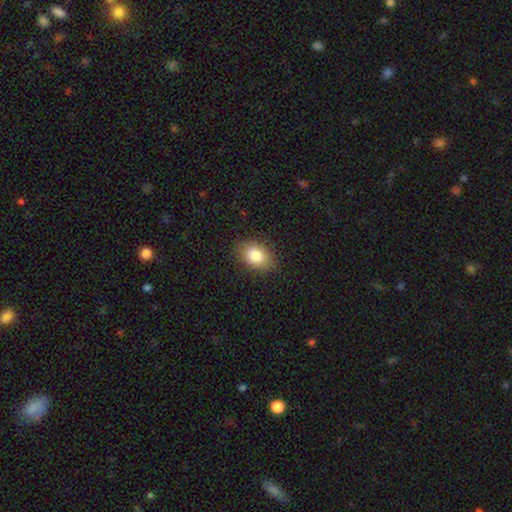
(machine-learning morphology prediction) Smooth or featured? Predicted: smooth (p=0.84). How rounded? Predicted: in between (p=0.79). Merging? Predicted: none (p=0.85).